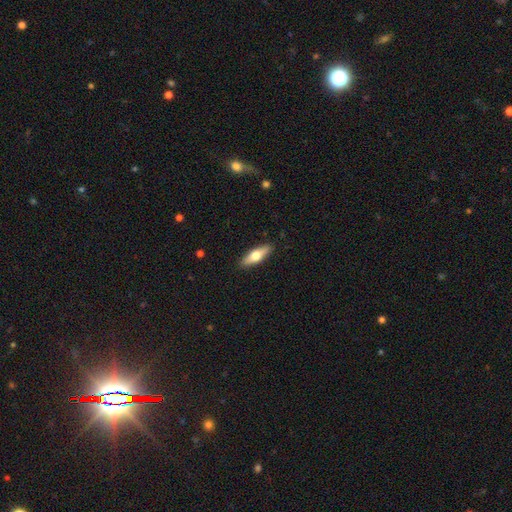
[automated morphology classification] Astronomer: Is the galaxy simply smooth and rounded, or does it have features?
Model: smooth — 57% (runner-up: featured or disk, 38%).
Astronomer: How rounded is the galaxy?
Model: cigar-shaped — 49% (runner-up: in between, 48%).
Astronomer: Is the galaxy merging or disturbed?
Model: none — 90%.